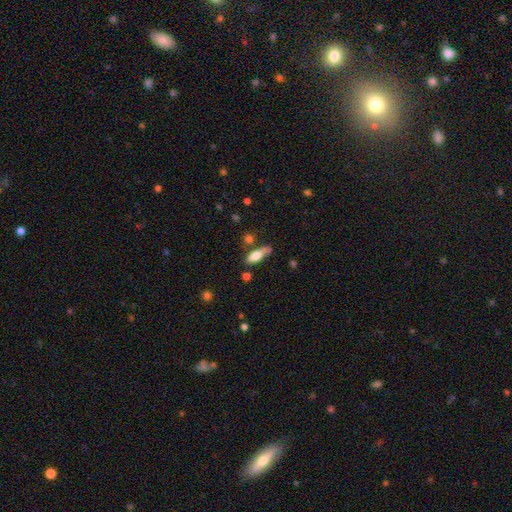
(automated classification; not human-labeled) This appears to be a smooth galaxy with no disk features (71%) that is in between round and cigar-shaped (70%). Merging: none (49%).